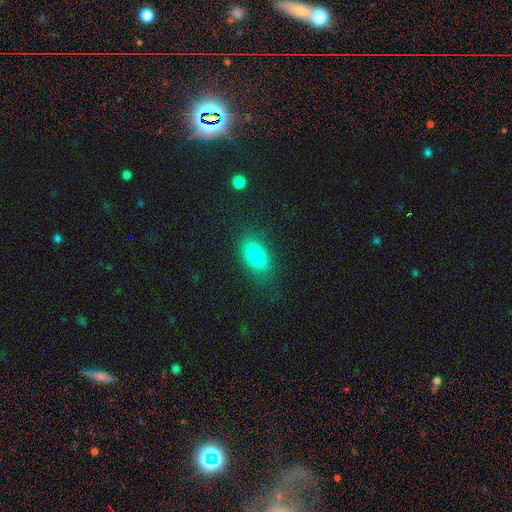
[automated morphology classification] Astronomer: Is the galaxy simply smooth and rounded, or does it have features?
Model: smooth — 83%.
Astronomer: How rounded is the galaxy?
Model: in between — 89%.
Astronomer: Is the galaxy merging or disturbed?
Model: none — 82%.